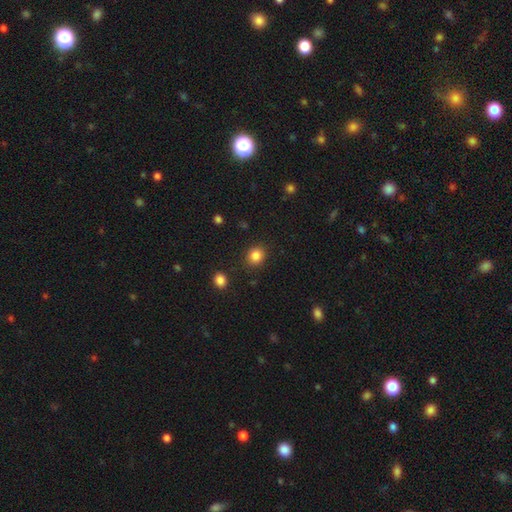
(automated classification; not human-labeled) This appears to be a smooth galaxy with no disk features (85%) that is round (70%). Merging: none (87%).